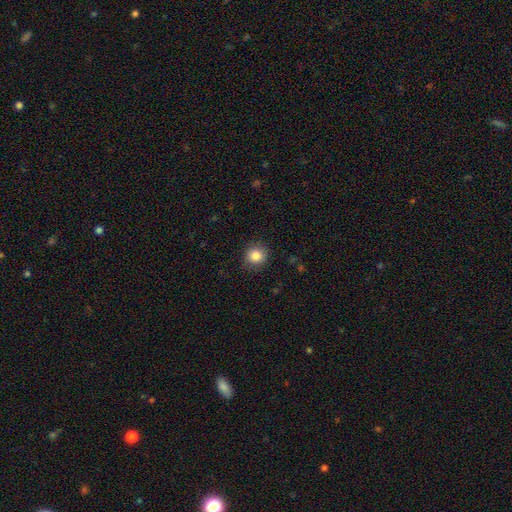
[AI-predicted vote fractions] This is clearly a smooth galaxy (86%). How rounded: clearly round (89%). Merging: clearly none (86%).